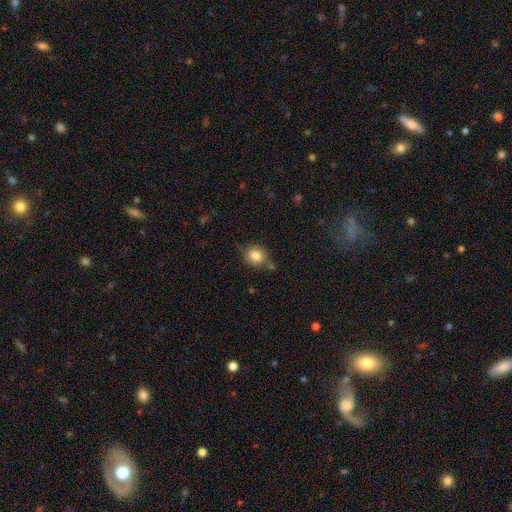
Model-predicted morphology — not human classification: A smooth galaxy with no disk features (83%) that is round (78%).

Vote fractions:
- Smooth or featured? smooth: 83% / star or artifact: 10% / featured or disk: 7%
- How rounded? round: 78% / in between: 21% / cigar-shaped: 1%
- Merging? none: 74% / minor disturbance: 15% / merger: 8% / major disturbance: 4%